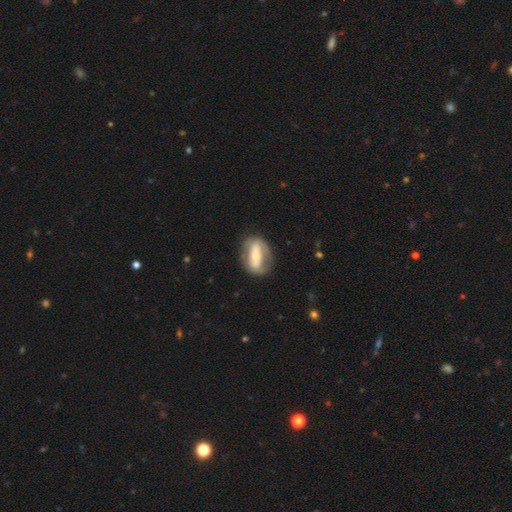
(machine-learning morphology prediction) The model was most divided on "bulge size": moderate: 50%, small: 39%, large: 7%, none: 2%, dominant: 2%. More confident: edge-on disk — no (88%); merging — none (69%); spiral arms — no (62%); smooth or featured — featured or disk (59%); bar — strong (54%).